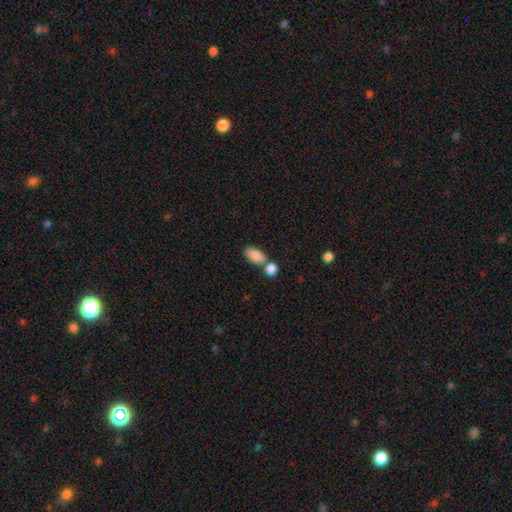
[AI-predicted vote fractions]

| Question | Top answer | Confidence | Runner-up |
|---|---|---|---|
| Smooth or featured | smooth | 88% | star or artifact (7%) |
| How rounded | in between | 93% | round (5%) |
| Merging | none | 47% | merger (39%) |